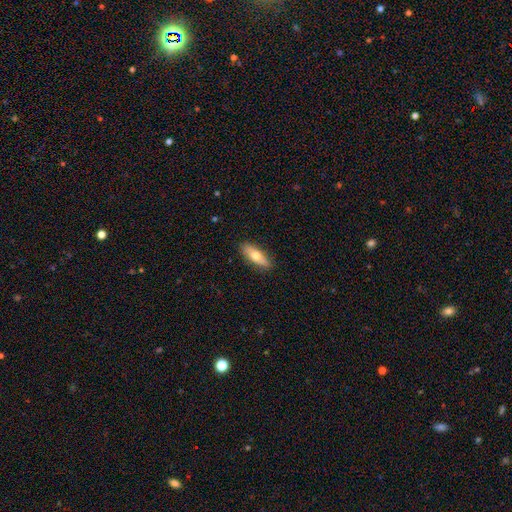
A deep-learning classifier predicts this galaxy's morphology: Smooth or featured? Predicted: smooth (p=0.64). How rounded? Predicted: in between (p=0.58). Merging? Predicted: none (p=0.88).